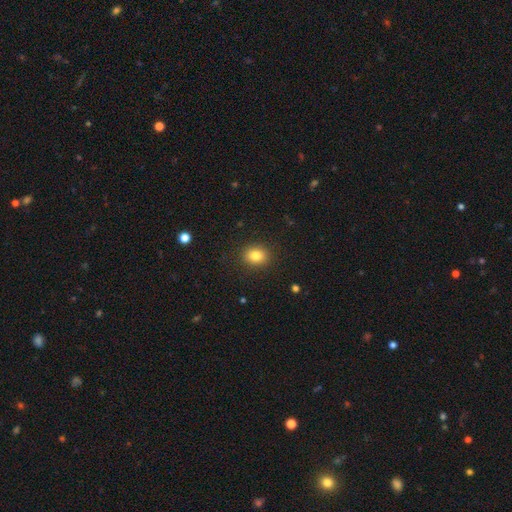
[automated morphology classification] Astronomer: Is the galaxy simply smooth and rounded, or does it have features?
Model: smooth — 83%.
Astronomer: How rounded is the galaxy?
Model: round — 60% (runner-up: in between, 40%).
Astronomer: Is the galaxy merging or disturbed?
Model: none — 89%.